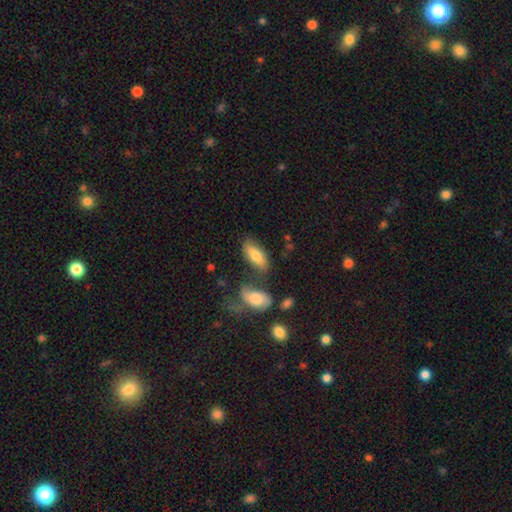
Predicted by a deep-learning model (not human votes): Q: Smooth or featured?
A: smooth (74%); runner-up: featured or disk (20%)
Q: How rounded?
A: in between (81%); runner-up: cigar-shaped (16%)
Q: Merging?
A: none (63%); runner-up: minor disturbance (16%)